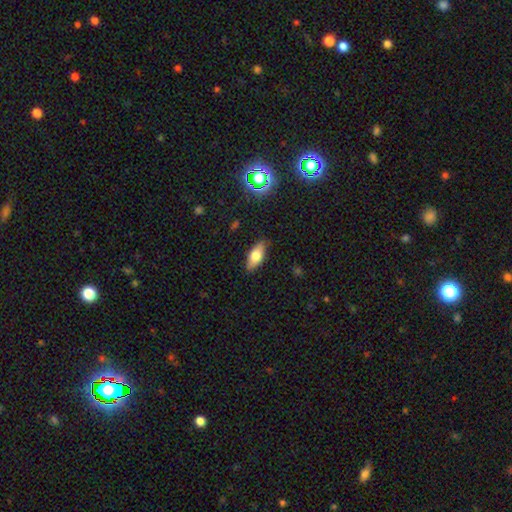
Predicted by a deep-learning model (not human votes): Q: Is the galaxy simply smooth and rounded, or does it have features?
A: smooth — 69%.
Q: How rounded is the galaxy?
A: in between — 80%.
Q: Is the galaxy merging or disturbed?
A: none — 87%.